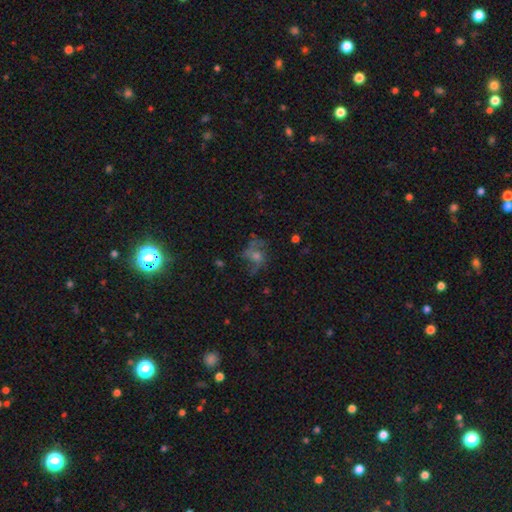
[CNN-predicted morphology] Smooth or featured?
  - featured or disk: 47% *
  - star or artifact: 30%
  - smooth: 24%
Merging?
  - none: 58% *
  - major disturbance: 21%
  - minor disturbance: 18%
  - merger: 3%